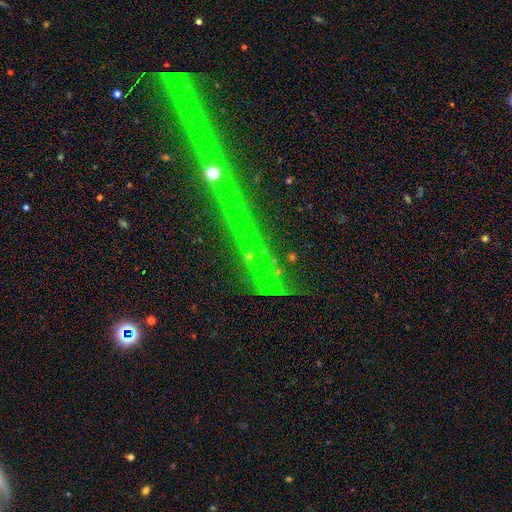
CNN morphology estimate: type=star or artifact (63%).